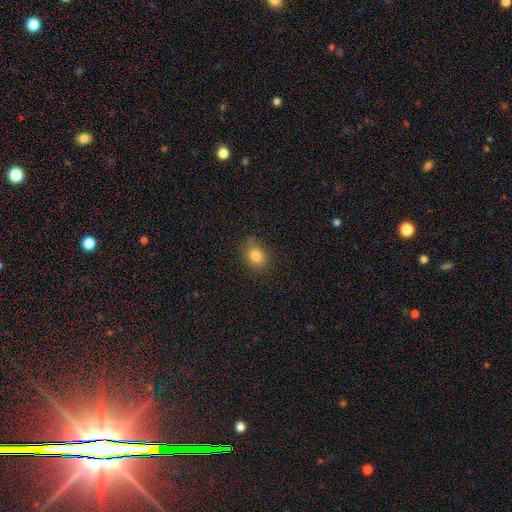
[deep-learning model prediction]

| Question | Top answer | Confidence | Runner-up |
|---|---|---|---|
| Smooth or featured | smooth | 81% | star or artifact (12%) |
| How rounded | round | 57% | in between (41%) |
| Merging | none | 73% | minor disturbance (20%) |